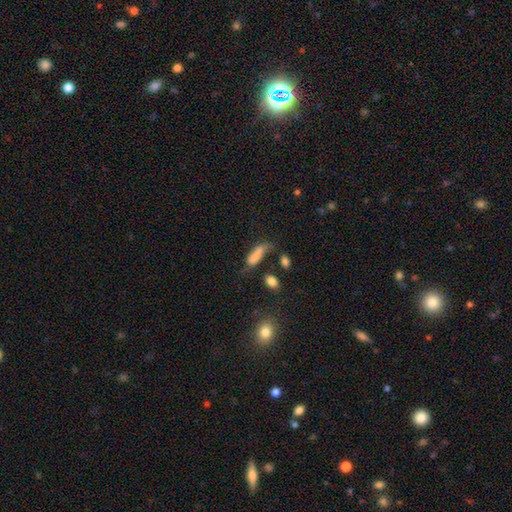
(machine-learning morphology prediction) This appears to be a smooth galaxy with no disk features (72%) that is in between round and cigar-shaped (61%). Merging: none (32%).